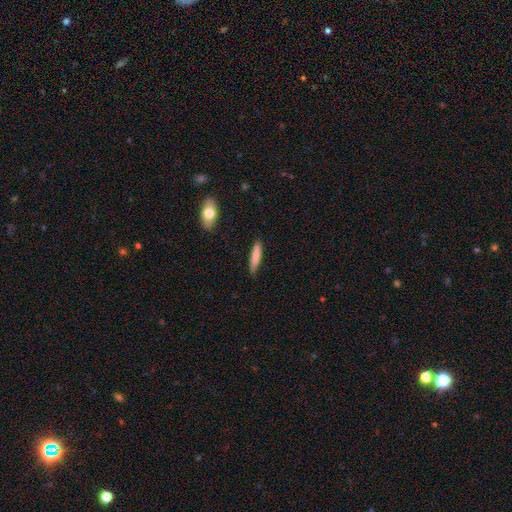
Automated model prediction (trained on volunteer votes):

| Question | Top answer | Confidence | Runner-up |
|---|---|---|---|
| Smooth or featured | smooth | 81% | featured or disk (13%) |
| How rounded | cigar-shaped | 83% | in between (16%) |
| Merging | none | 82% | minor disturbance (15%) |